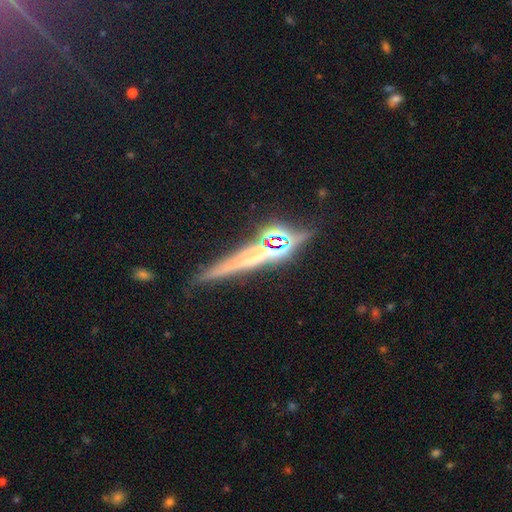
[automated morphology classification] smooth-or-featured: featured or disk: 40% | star or artifact: 33% | smooth: 27%
  merging: none: 78% | minor disturbance: 12% | merger: 6% | major disturbance: 4%